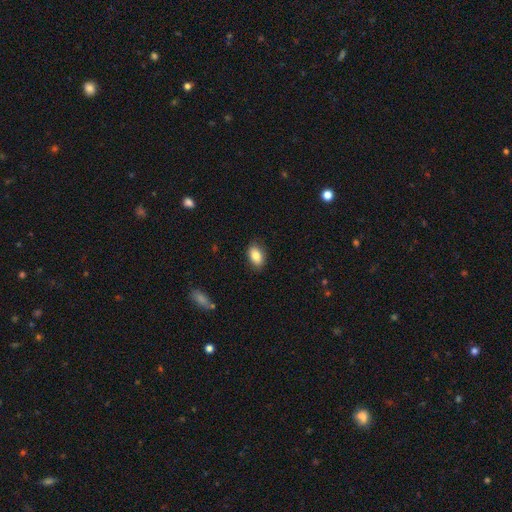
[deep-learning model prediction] Smooth or featured?
  - smooth: 84% *
  - featured or disk: 9%
  - star or artifact: 8%
How rounded?
  - in between: 89% *
  - round: 9%
  - cigar-shaped: 2%
Merging?
  - none: 85% *
  - minor disturbance: 12%
  - major disturbance: 2%
  - merger: 1%